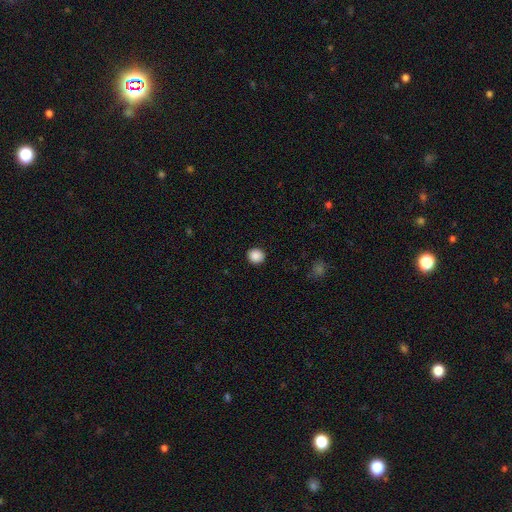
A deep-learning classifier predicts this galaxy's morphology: Smooth or featured: smooth — 88% (star or artifact — 9%)
How rounded: round — 87% (in between — 12%)
Merging: none — 92% (minor disturbance — 5%)